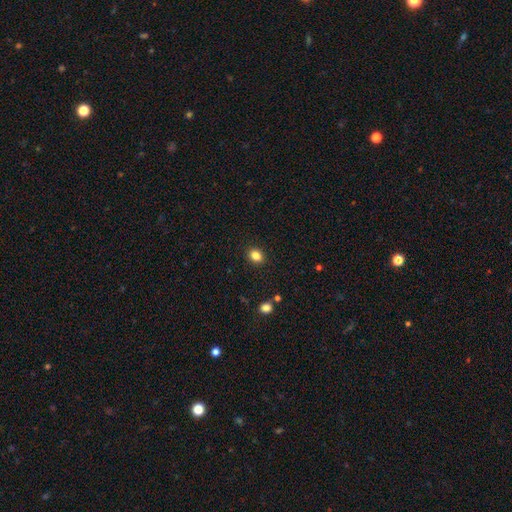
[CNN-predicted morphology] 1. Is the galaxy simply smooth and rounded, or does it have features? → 84% smooth, 11% star or artifact, 5% featured or disk.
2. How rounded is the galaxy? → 51% in between, 48% round, 1% cigar-shaped.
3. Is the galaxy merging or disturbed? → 90% none, 7% minor disturbance, 2% major disturbance, 1% merger.